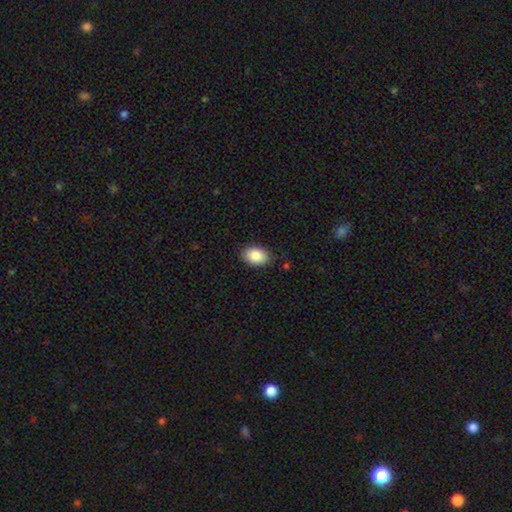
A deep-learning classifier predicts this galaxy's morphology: type=smooth (89%); roundness=in between (85%); merging=none (86%).